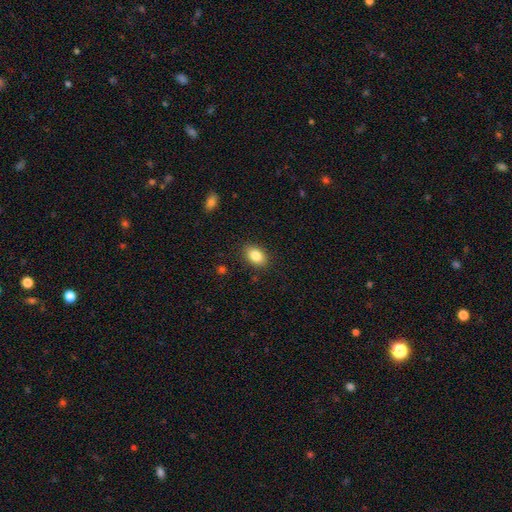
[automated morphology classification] A smooth galaxy with no disk features (85%) that is in between round and cigar-shaped (82%). Merging: none (88%).